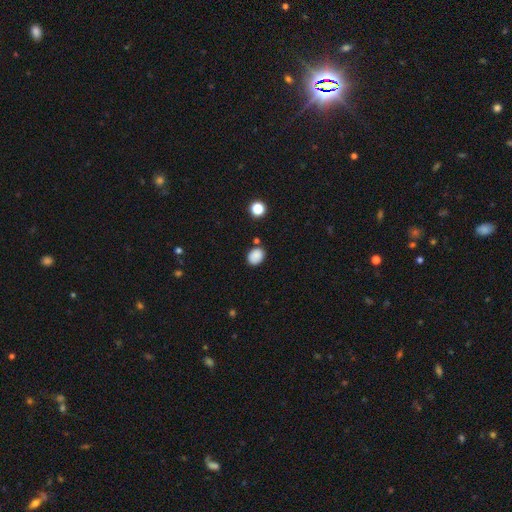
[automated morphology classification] Q: Smooth or featured?
A: smooth (86%); runner-up: star or artifact (10%)
Q: How rounded?
A: in between (53%); runner-up: round (46%)
Q: Merging?
A: none (78%); runner-up: minor disturbance (14%)